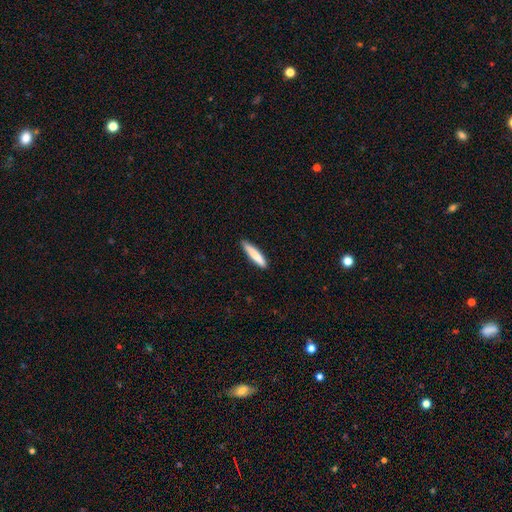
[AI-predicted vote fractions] Smooth or featured? smooth (81%)
How rounded? cigar-shaped (90%)
Merging? none (86%)